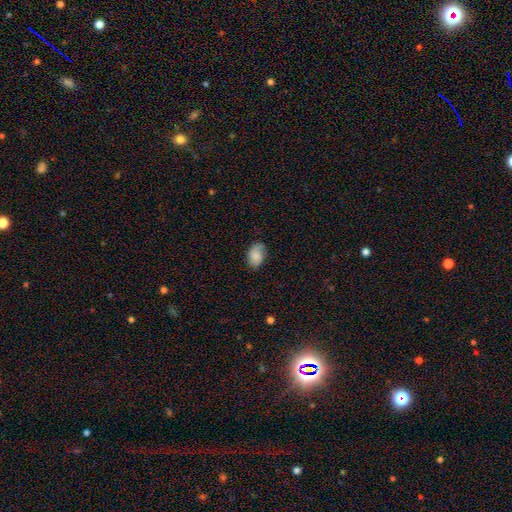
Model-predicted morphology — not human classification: Smooth or featured: smooth — 78% (featured or disk — 14%)
How rounded: in between — 86% (round — 13%)
Merging: none — 71% (minor disturbance — 23%)